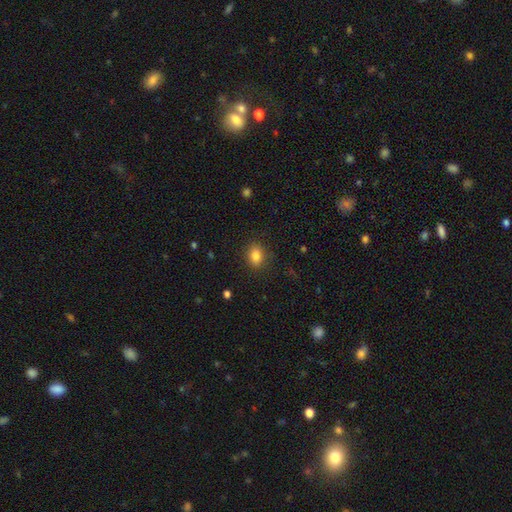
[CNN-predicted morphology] type=smooth (84%); roundness=in between (61%); merging=none (86%).